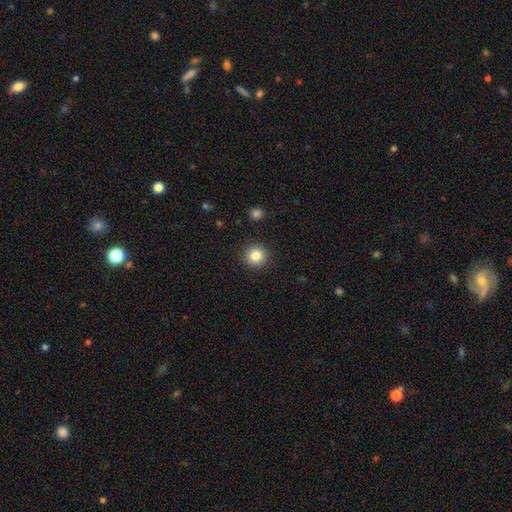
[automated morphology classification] Smooth or featured: smooth — 83% (star or artifact — 11%)
How rounded: round — 95% (in between — 4%)
Merging: none — 92% (minor disturbance — 5%)